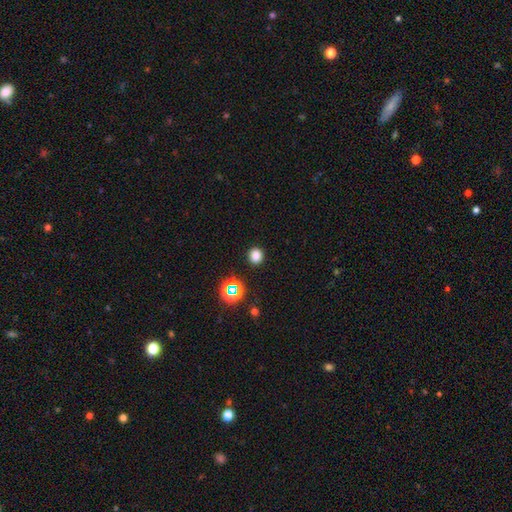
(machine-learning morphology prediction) The model was most divided on "smooth or featured": smooth: 78%, star or artifact: 17%, featured or disk: 5%. More confident: merging — none (91%); how rounded — round (83%).